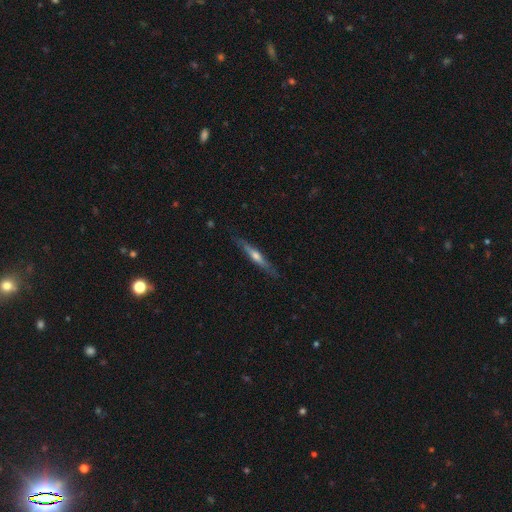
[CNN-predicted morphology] featured or disk 61%, smooth 34%, star or artifact 6%. Down the decision tree: edge-on disk — yes (94%); edge-on bulge — rounded (75%); merging — none (82%).